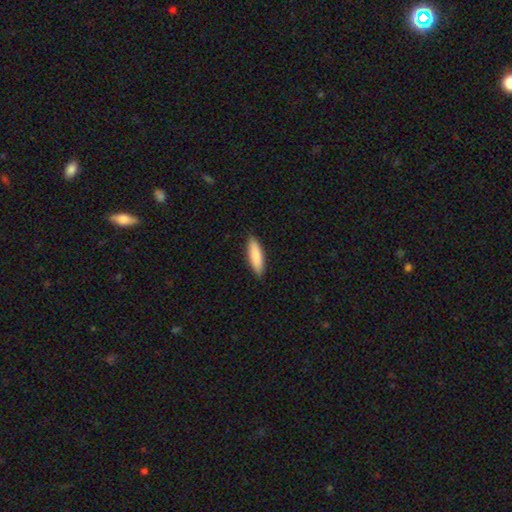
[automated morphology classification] smooth_or_featured: smooth (p=0.86) [alt: featured or disk p=0.09]
how_rounded: cigar-shaped (p=0.60) [alt: in between p=0.39]
merging: none (p=0.89) [alt: minor disturbance p=0.09]